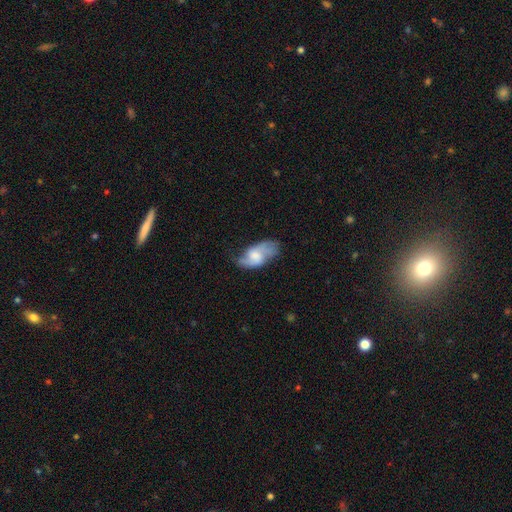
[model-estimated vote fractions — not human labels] Smooth or featured? featured or disk (58%)
Edge-on disk? no (94%)
Bar? no (56%)
Spiral arms? yes (87%)
Bulge size? moderate (37%)
Merging? none (55%)